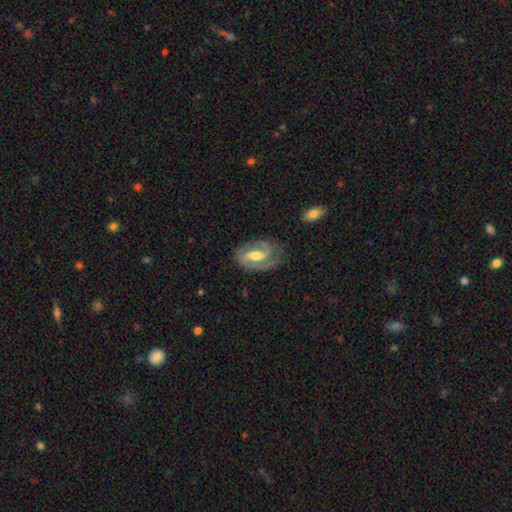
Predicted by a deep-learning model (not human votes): Smooth or featured? featured or disk (87%)
Edge-on disk? no (97%)
Bar? weak (44%)
Spiral arms? yes (95%)
Spiral winding? medium (50%)
Spiral arm count? 2 (85%)
Bulge size? moderate (66%)
Merging? none (73%)